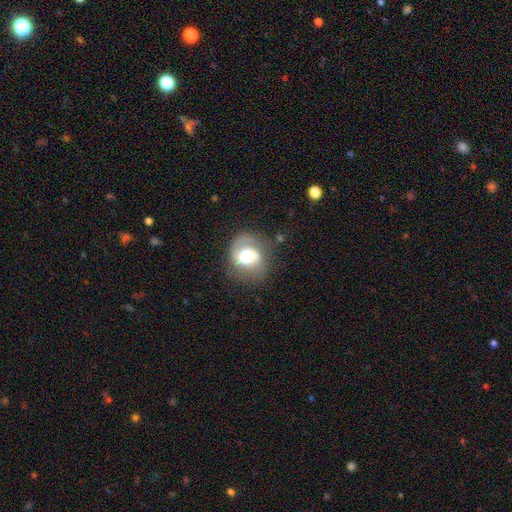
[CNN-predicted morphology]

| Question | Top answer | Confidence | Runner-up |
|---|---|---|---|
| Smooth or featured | featured or disk | 60% | smooth (32%) |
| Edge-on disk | no | 97% | yes (3%) |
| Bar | no | 49% | weak (37%) |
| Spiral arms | yes | 78% | no (22%) |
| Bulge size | moderate | 60% | large (29%) |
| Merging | none | 63% | minor disturbance (22%) |